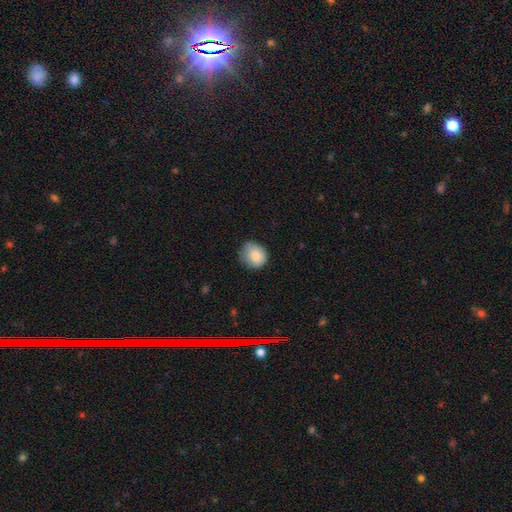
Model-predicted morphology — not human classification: Smooth or featured?
  - smooth: 84% *
  - featured or disk: 8%
  - star or artifact: 8%
How rounded?
  - round: 73% *
  - in between: 26%
  - cigar-shaped: 1%
Merging?
  - none: 60% *
  - minor disturbance: 32%
  - major disturbance: 7%
  - merger: 1%